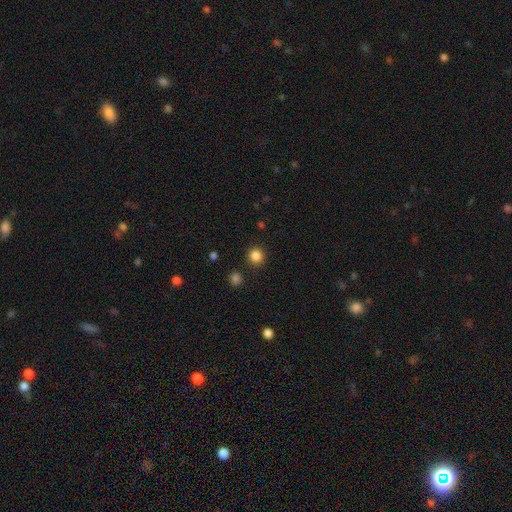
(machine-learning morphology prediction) smooth 85%, star or artifact 12%, featured or disk 3%. Down the decision tree: how rounded — round (93%); merging — none (91%).